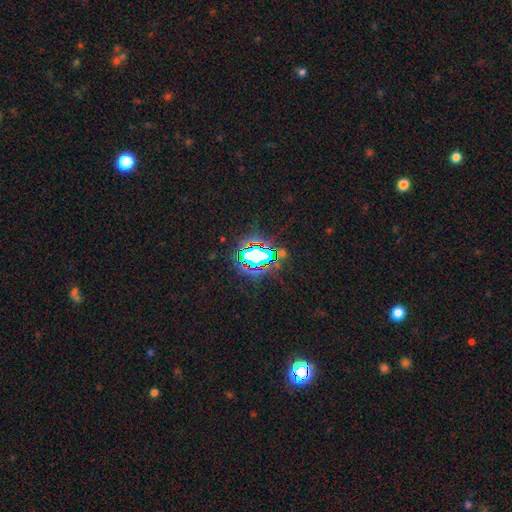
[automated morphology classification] Smooth or featured?
  - star or artifact: 70% *
  - smooth: 17%
  - featured or disk: 13%